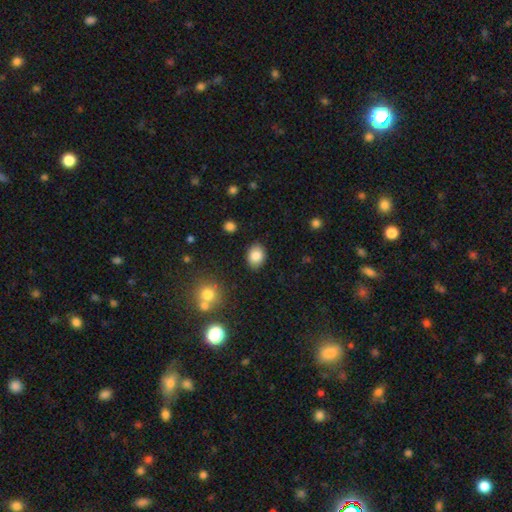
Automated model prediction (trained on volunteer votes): Q: Smooth or featured?
A: smooth (85%); runner-up: star or artifact (9%)
Q: How rounded?
A: in between (64%); runner-up: round (35%)
Q: Merging?
A: none (87%); runner-up: minor disturbance (9%)